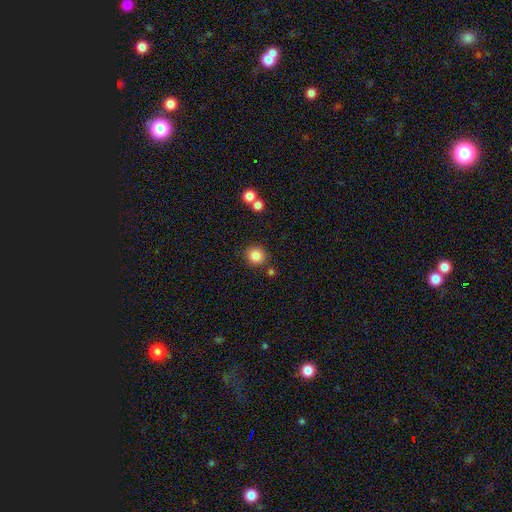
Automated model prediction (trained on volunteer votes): Smooth or featured?
  - smooth: 85% *
  - star or artifact: 10%
  - featured or disk: 5%
How rounded?
  - round: 90% *
  - in between: 9%
  - cigar-shaped: 1%
Merging?
  - none: 84% *
  - minor disturbance: 8%
  - merger: 6%
  - major disturbance: 3%